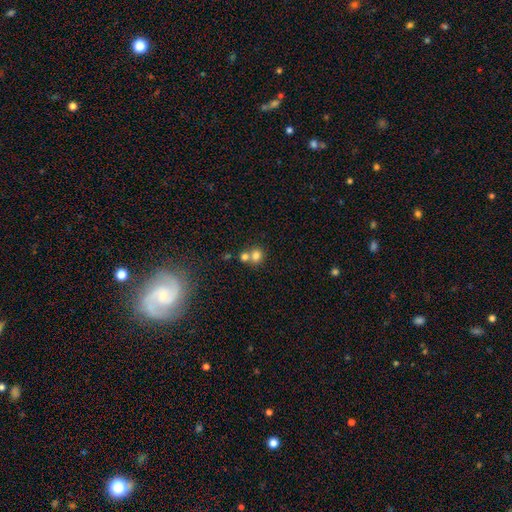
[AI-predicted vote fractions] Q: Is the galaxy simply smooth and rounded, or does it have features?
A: smooth — 77%.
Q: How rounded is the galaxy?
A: round — 76%.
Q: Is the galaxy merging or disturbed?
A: merger — 47%.